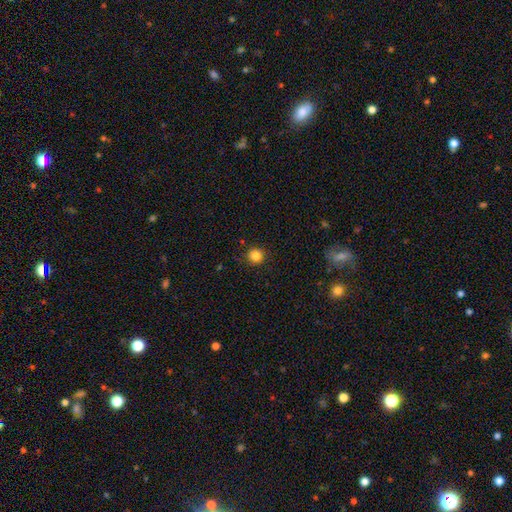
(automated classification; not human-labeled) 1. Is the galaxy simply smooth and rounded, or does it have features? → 84% smooth, 12% star or artifact, 4% featured or disk.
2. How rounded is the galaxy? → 93% round, 6% in between, 1% cigar-shaped.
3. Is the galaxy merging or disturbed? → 89% none, 7% minor disturbance, 2% major disturbance, 1% merger.